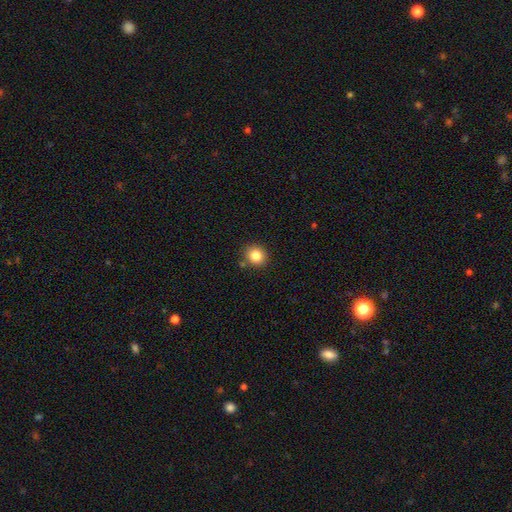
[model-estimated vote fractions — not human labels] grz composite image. It shows a smooth galaxy with no disk features (83%) that is round (84%). Merging: none (85%).